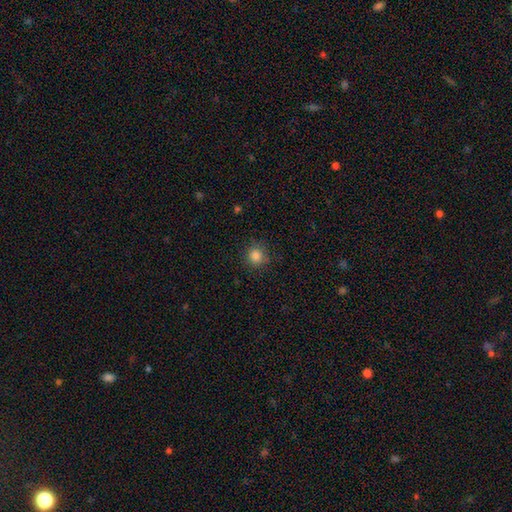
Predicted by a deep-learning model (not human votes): A smooth galaxy with no disk features (84%) that is round (93%). Merging: none (86%).